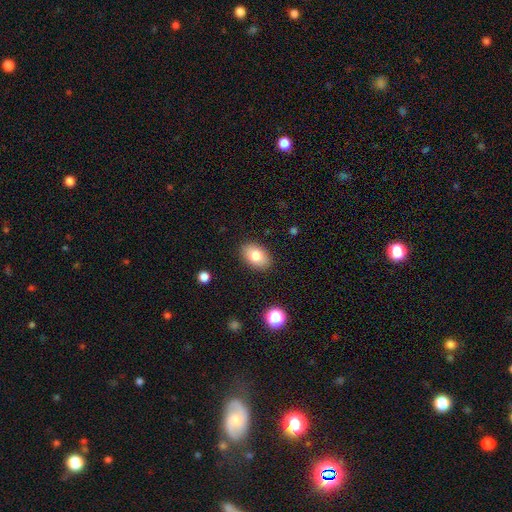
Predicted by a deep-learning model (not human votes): Overall: smooth (79%). How rounded: in between (85%). Merging: none (88%).